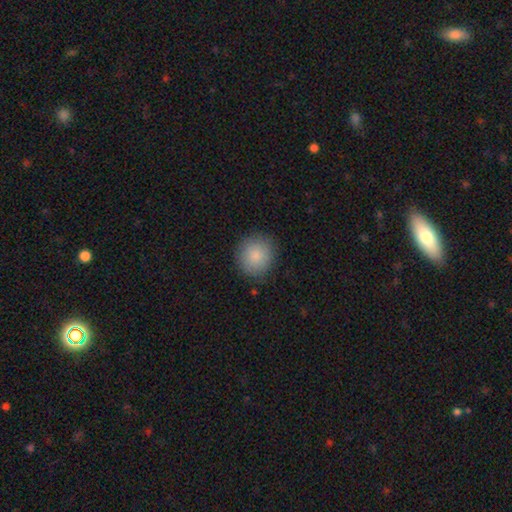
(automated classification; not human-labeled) Overall: smooth (87%). How rounded: round (90%). Merging: none (88%).